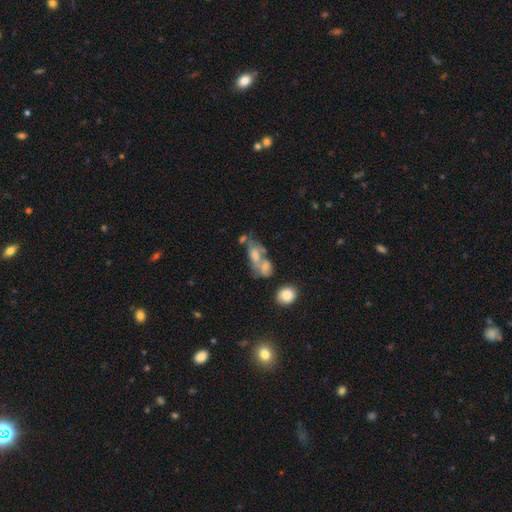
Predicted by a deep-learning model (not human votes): Q: Smooth or featured?
A: featured or disk (44%); runner-up: smooth (38%)
Q: Merging?
A: merger (47%); runner-up: none (28%)